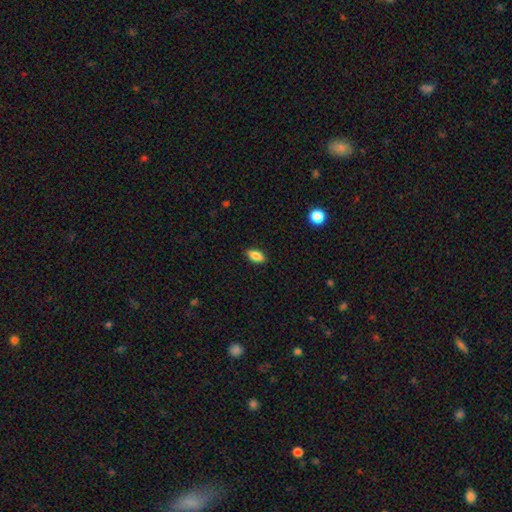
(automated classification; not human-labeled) Q: Smooth or featured?
A: smooth (84%); runner-up: featured or disk (8%)
Q: How rounded?
A: in between (87%); runner-up: cigar-shaped (8%)
Q: Merging?
A: none (87%); runner-up: minor disturbance (10%)